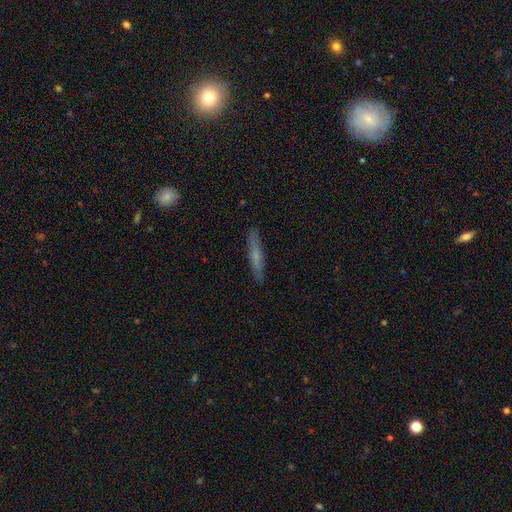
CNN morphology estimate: Smooth or featured? Predicted: smooth (p=0.57). How rounded? Predicted: cigar-shaped (p=0.92). Merging? Predicted: none (p=0.88).